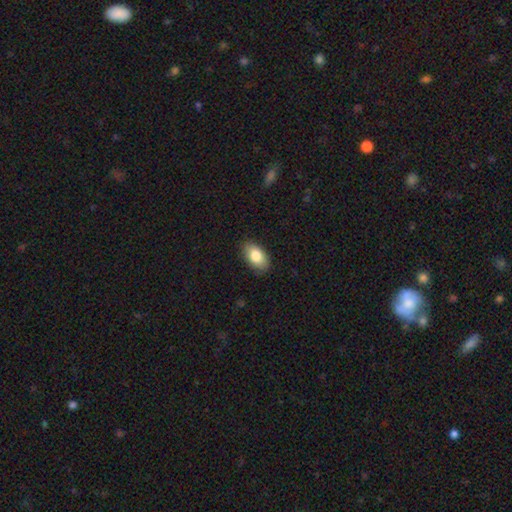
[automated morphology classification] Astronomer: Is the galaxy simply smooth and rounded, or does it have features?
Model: smooth — 83%.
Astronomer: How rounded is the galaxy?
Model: in between — 93%.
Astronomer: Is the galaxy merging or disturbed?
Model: none — 86%.